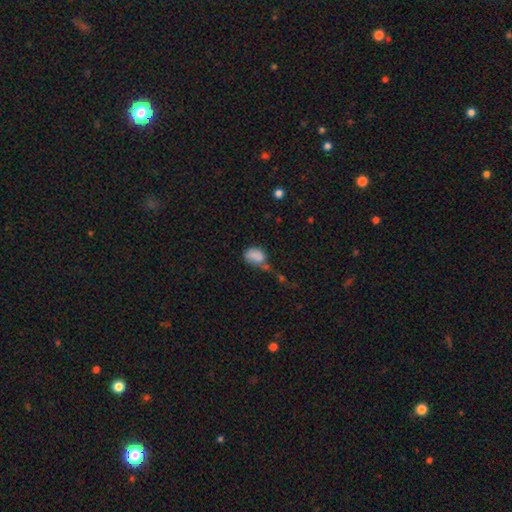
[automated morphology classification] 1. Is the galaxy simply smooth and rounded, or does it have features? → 78% smooth, 12% featured or disk, 10% star or artifact.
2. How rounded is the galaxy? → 76% in between, 23% round, 2% cigar-shaped.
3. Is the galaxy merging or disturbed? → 29% none, 27% minor disturbance, 22% major disturbance, 22% merger.